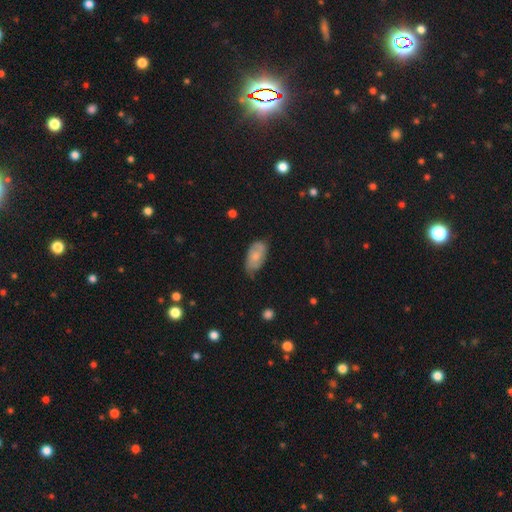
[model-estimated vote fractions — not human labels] Smooth or featured? smooth (63%)
How rounded? in between (92%)
Merging? none (57%)